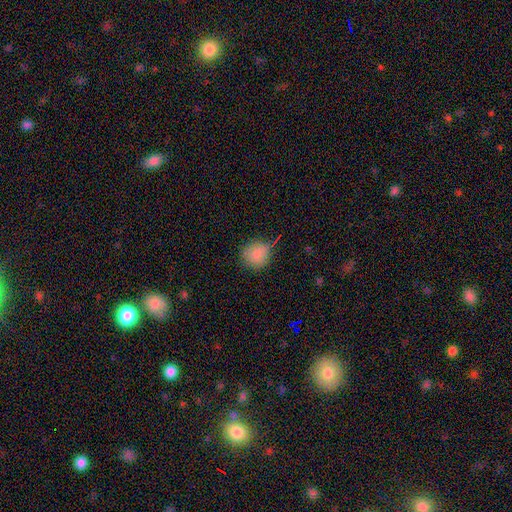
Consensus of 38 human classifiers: smooth_or_featured: smooth (p=0.87) [alt: star or artifact p=0.08]
how_rounded: round (p=0.94) [alt: in between p=0.06]
merging: none (p=0.86) [alt: minor disturbance p=0.09]